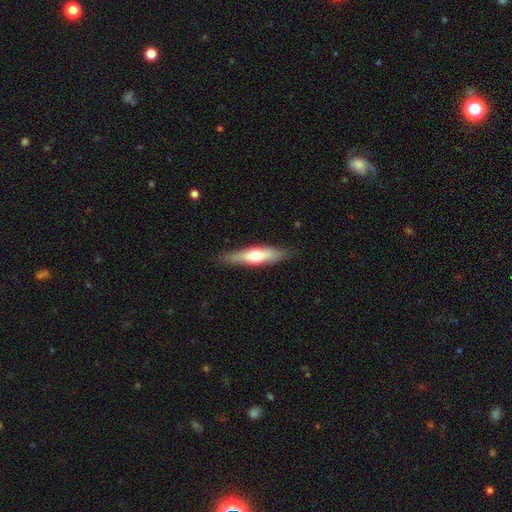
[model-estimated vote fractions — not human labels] Morphology: type=smooth (52%); roundness=cigar-shaped (73%); merging=none (85%).